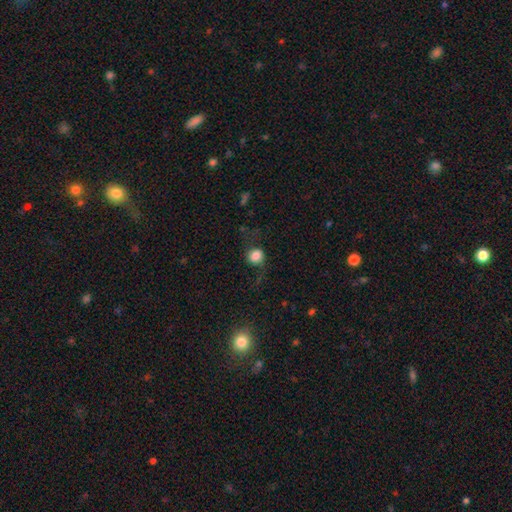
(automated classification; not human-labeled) A smooth galaxy with no disk features (74%) that is round (75%). Merging: none (58%).